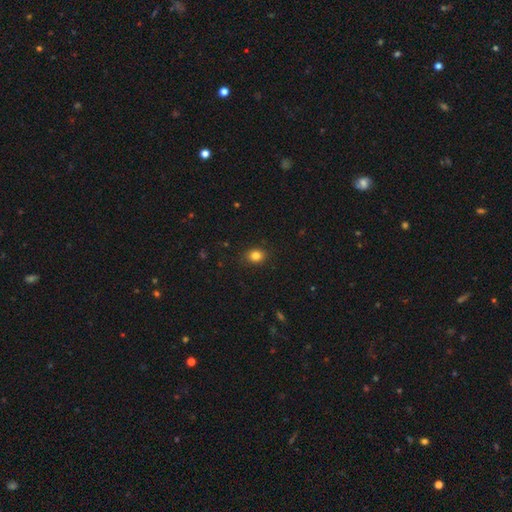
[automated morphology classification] This appears to be a smooth galaxy with no disk features (83%) that is round (54%). Merging: none (88%).